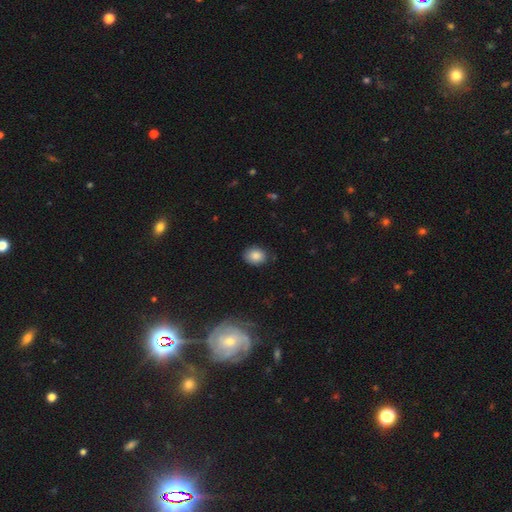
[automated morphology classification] Smooth or featured: smooth — 85% (star or artifact — 9%)
How rounded: in between — 55% (round — 44%)
Merging: none — 78% (minor disturbance — 17%)